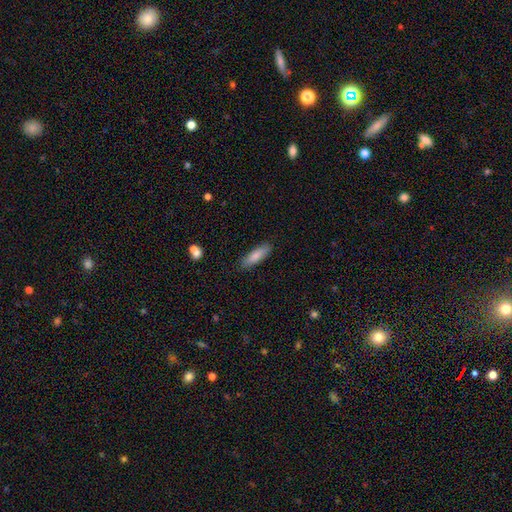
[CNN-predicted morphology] smooth-or-featured: smooth: 81% | featured or disk: 13% | star or artifact: 6%
  how-rounded: cigar-shaped: 57% | in between: 41% | round: 2%
  merging: none: 85% | minor disturbance: 11% | major disturbance: 2% | merger: 2%